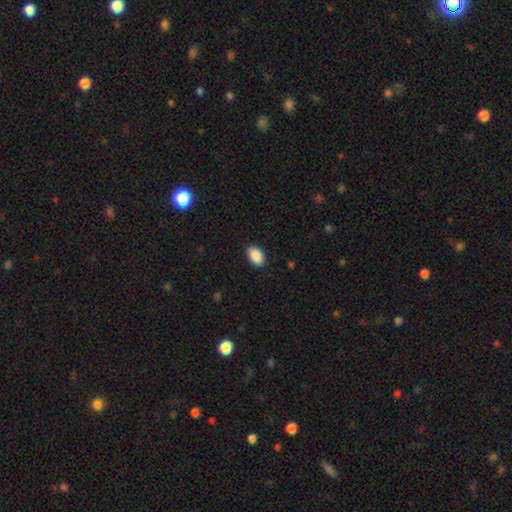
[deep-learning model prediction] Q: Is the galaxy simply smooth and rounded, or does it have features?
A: smooth — 91%.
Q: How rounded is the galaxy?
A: in between — 90%.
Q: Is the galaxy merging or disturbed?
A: none — 89%.